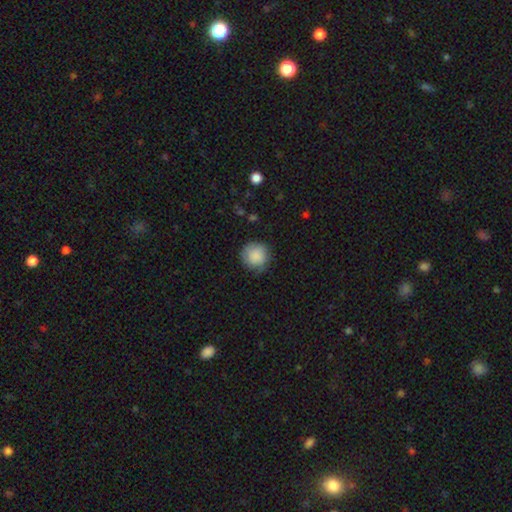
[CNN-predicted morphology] Q: Smooth or featured?
A: smooth (86%); runner-up: star or artifact (7%)
Q: How rounded?
A: round (93%); runner-up: in between (6%)
Q: Merging?
A: none (77%); runner-up: minor disturbance (17%)